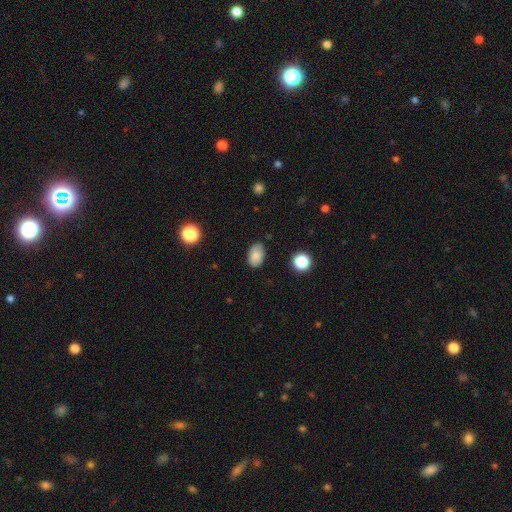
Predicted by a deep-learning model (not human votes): smooth 83%, star or artifact 9%, featured or disk 8%. Down the decision tree: how rounded — in between (88%); merging — none (78%).